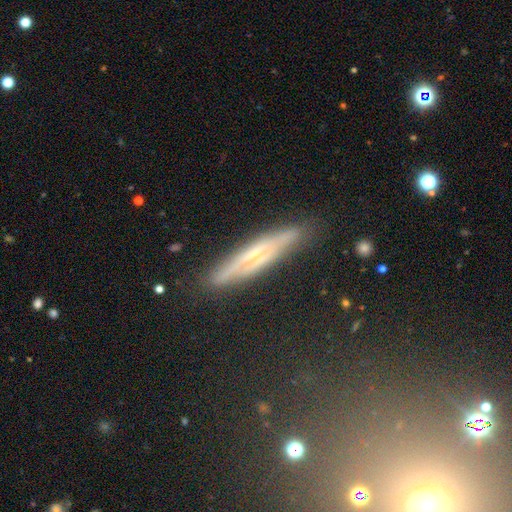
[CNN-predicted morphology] The model was most divided on "edge-on bulge": rounded: 46%, none: 42%, boxy: 12%. More confident: edge-on disk — yes (84%); merging — none (82%); smooth or featured — featured or disk (65%).